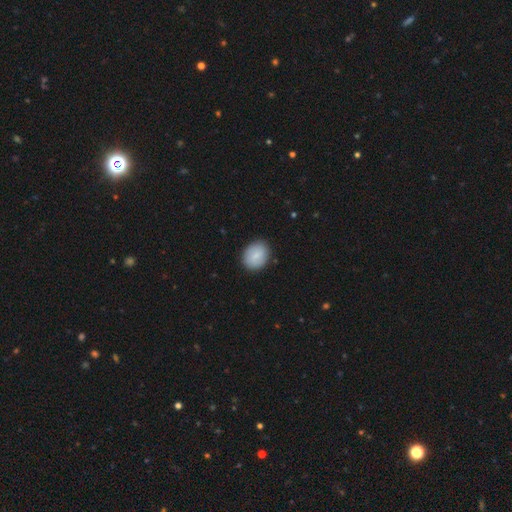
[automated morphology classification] Overall: smooth (83%). How rounded: in between (52%; round 47%). Merging: none (88%).